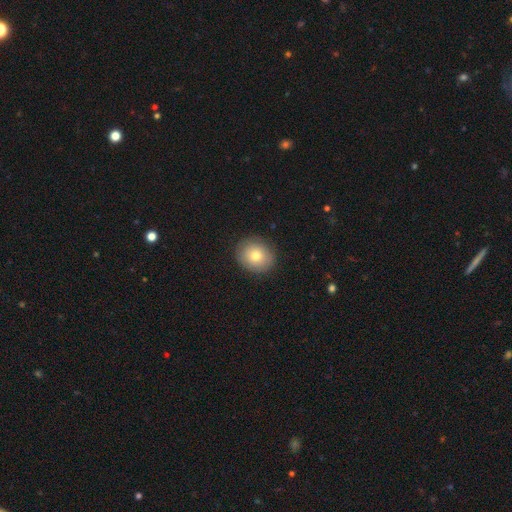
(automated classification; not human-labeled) Smooth or featured? Predicted: smooth (p=0.76). How rounded? Predicted: round (p=0.74). Merging? Predicted: none (p=0.88).